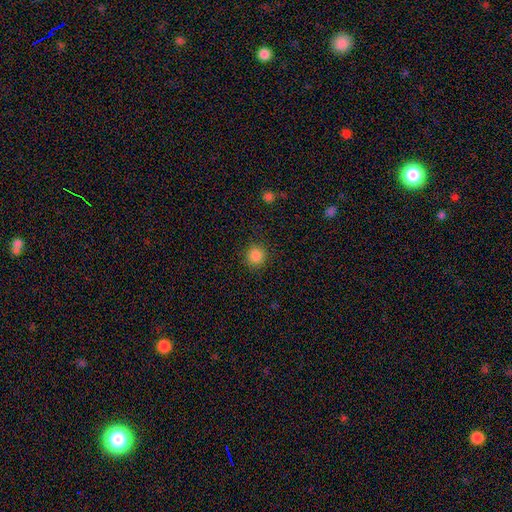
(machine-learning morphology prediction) A smooth galaxy with no disk features (86%) that is round (92%).

Vote fractions:
- Smooth or featured? smooth: 86% / star or artifact: 11% / featured or disk: 4%
- How rounded? round: 92% / in between: 7% / cigar-shaped: 1%
- Merging? none: 90% / minor disturbance: 7% / major disturbance: 2% / merger: 1%